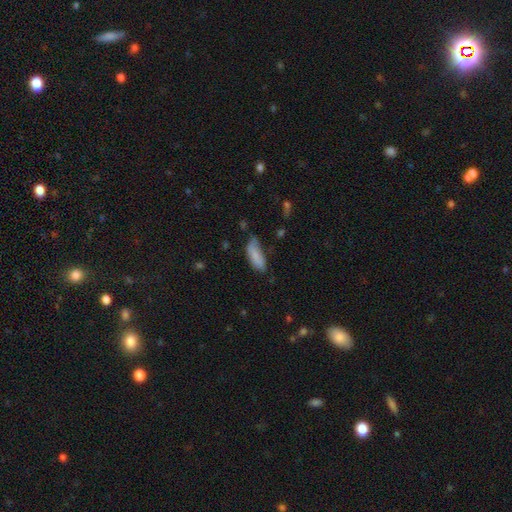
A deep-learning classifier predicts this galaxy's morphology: A smooth galaxy with no disk features (82%) that is in between round and cigar-shaped (76%). Merging: none (50%).